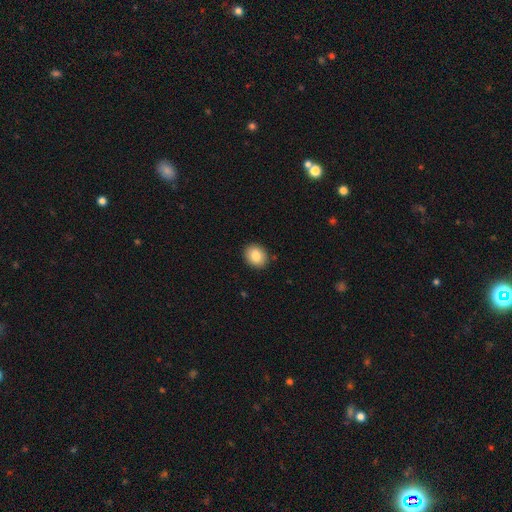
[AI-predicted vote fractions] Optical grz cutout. It shows a smooth galaxy with no disk features (83%) that is round (56%). Merging: none (90%).